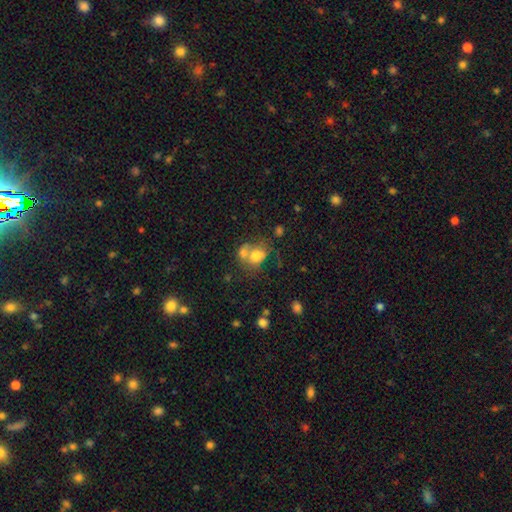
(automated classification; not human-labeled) The model was most divided on "how rounded": round: 54%, in between: 45%, cigar-shaped: 1%. More confident: smooth or featured — smooth (68%); merging — merger (56%).